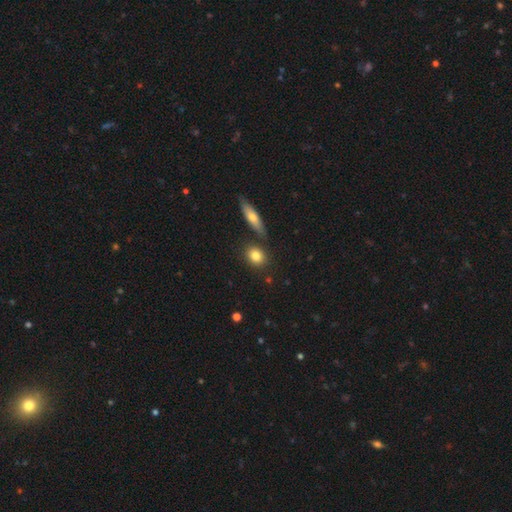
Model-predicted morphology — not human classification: The model was most divided on "how rounded": round: 57%, in between: 38%, cigar-shaped: 5%. More confident: smooth or featured — smooth (81%); merging — none (79%).